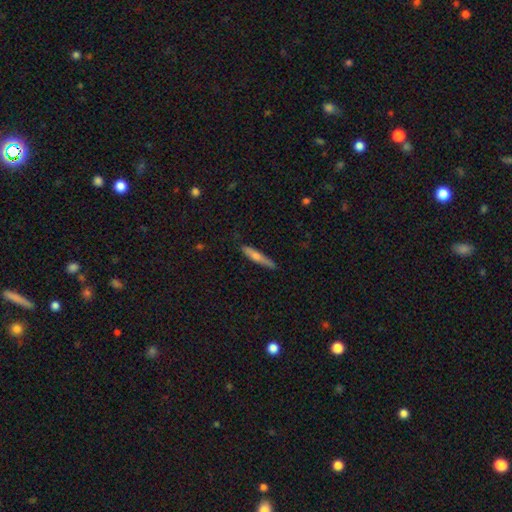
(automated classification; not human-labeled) A featured or disk galaxy (47%). Merging: none (86%).